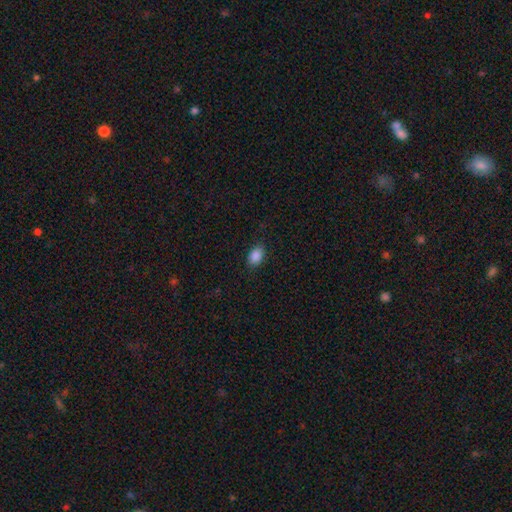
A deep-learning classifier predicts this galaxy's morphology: smooth 88%, star or artifact 8%, featured or disk 3%. Down the decision tree: how rounded — in between (85%); merging — none (87%).